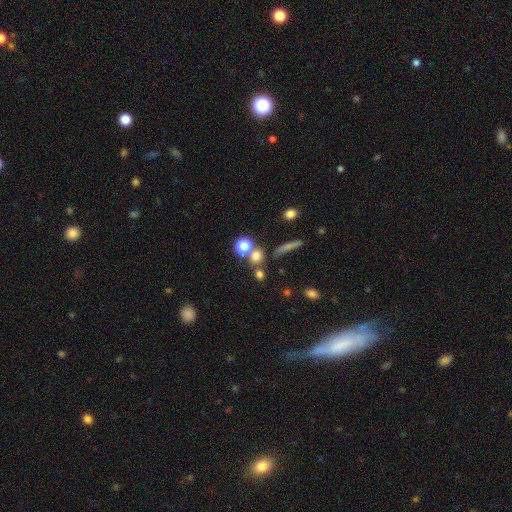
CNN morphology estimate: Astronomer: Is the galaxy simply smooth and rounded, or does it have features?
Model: smooth — 72%.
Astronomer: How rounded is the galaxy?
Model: round — 81%.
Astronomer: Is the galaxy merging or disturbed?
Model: none — 60%.